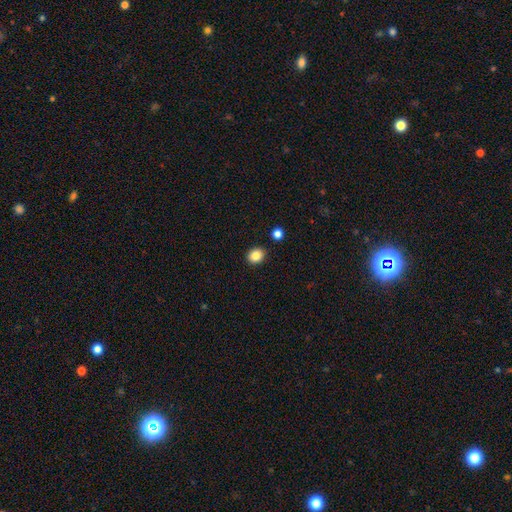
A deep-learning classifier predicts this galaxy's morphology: Overall: smooth (85%). How rounded: round (70%). Merging: none (89%).